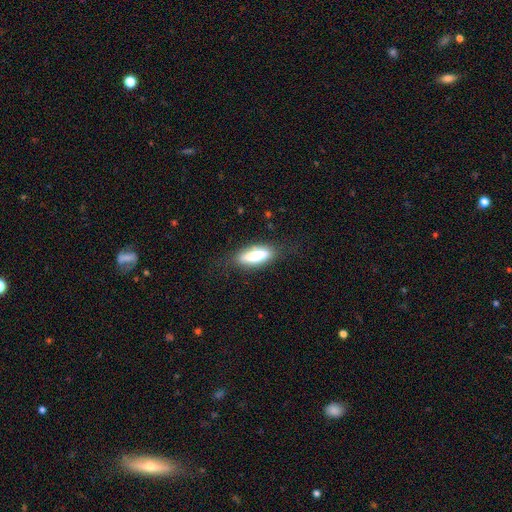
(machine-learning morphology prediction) Smooth or featured? Predicted: smooth (p=0.75). How rounded? Predicted: in between (p=0.60). Merging? Predicted: none (p=0.78).